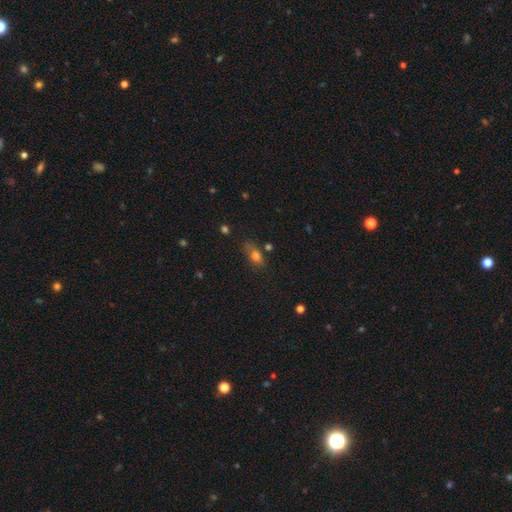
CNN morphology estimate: Smooth or featured?
  - smooth: 74% *
  - star or artifact: 14%
  - featured or disk: 13%
How rounded?
  - in between: 75% *
  - round: 13%
  - cigar-shaped: 12%
Merging?
  - none: 62% *
  - minor disturbance: 24%
  - major disturbance: 8%
  - merger: 6%